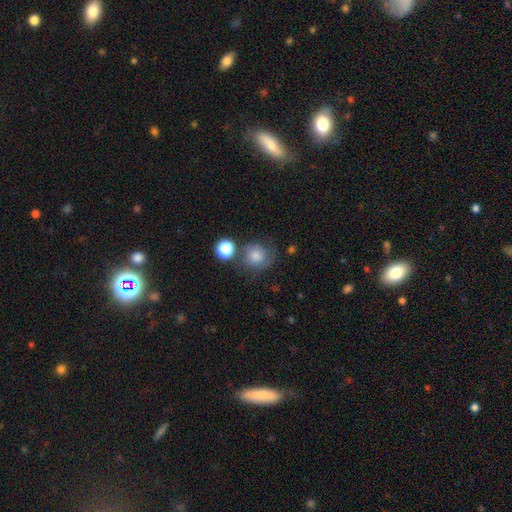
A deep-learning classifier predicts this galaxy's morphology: smooth 55%, featured or disk 32%, star or artifact 13%. Down the decision tree: how rounded — round (84%); merging — none (59%).